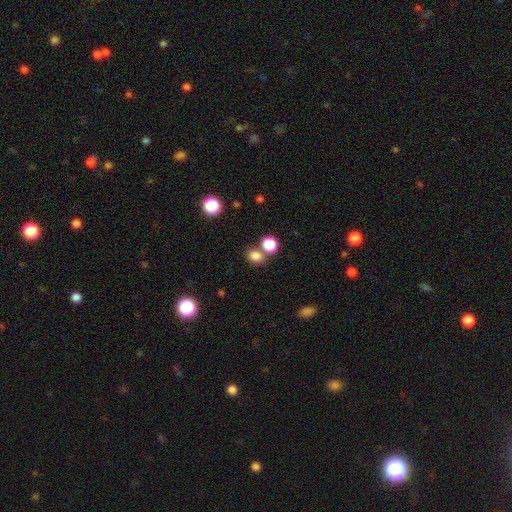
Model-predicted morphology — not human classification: A smooth galaxy with no disk features (81%) that is round (62%). Merging: none (58%).